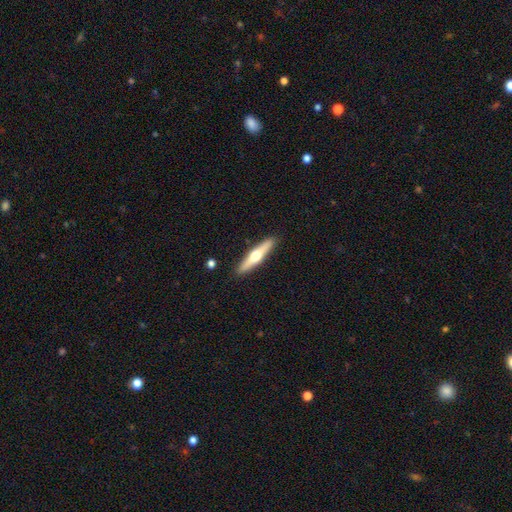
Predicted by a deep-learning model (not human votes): Smooth or featured? featured or disk (55%)
Edge-on disk? yes (95%)
Edge-on bulge? rounded (94%)
Merging? none (90%)